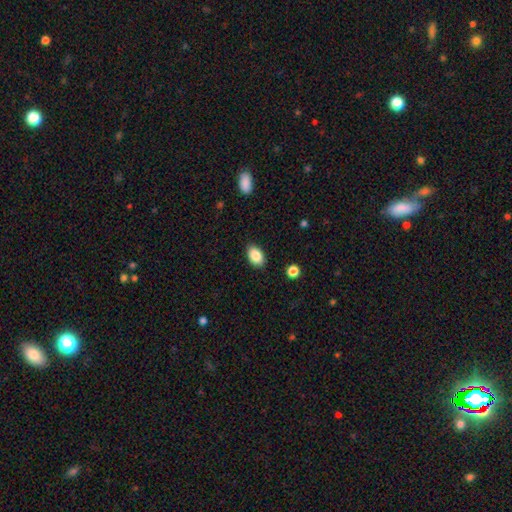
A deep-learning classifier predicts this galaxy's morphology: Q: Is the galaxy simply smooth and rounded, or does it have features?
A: smooth — 87%.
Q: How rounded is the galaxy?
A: in between — 91%.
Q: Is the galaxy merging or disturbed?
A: none — 87%.